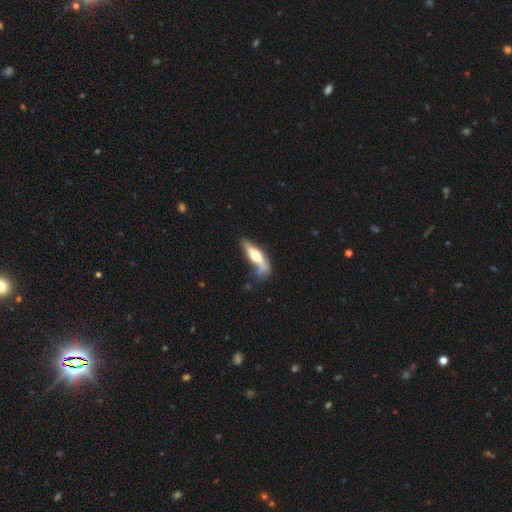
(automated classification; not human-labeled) Smooth or featured?
  - smooth: 47% * (tied)
  - featured or disk: 47% * (tied)
  - star or artifact: 6%
Merging?
  - none: 42% *
  - minor disturbance: 28%
  - major disturbance: 18%
  - merger: 11%